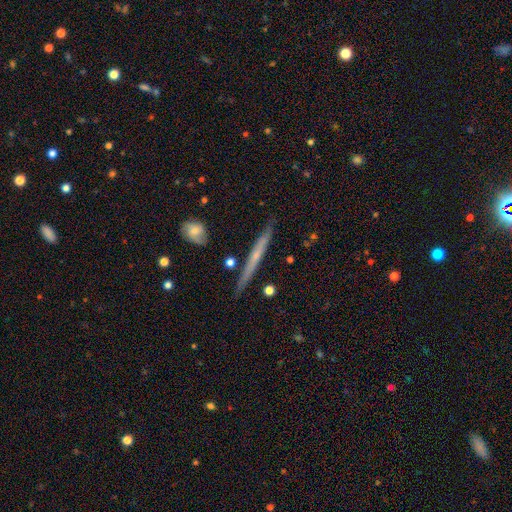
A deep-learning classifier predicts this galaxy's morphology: The model was most divided on "smooth or featured": featured or disk: 58%, smooth: 36%, star or artifact: 6%. More confident: edge-on disk — yes (96%); merging — none (87%); edge-on bulge — none (68%).